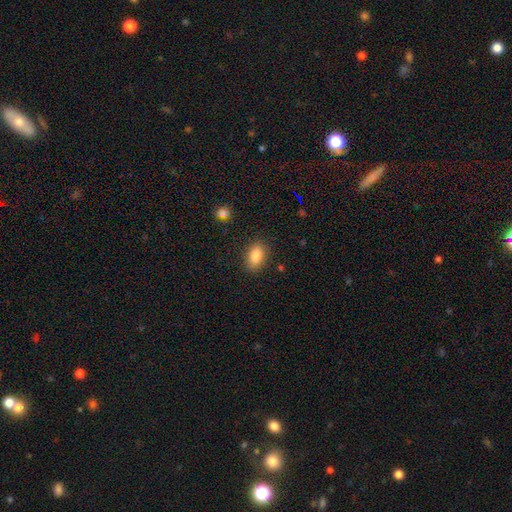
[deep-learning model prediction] Smooth or featured? smooth (86%)
How rounded? in between (90%)
Merging? none (86%)